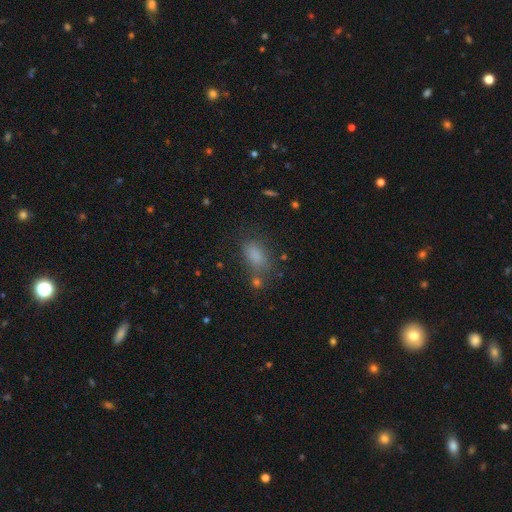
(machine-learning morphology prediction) smooth 80%, star or artifact 13%, featured or disk 7%. Down the decision tree: how rounded — in between (86%); merging — none (67%).